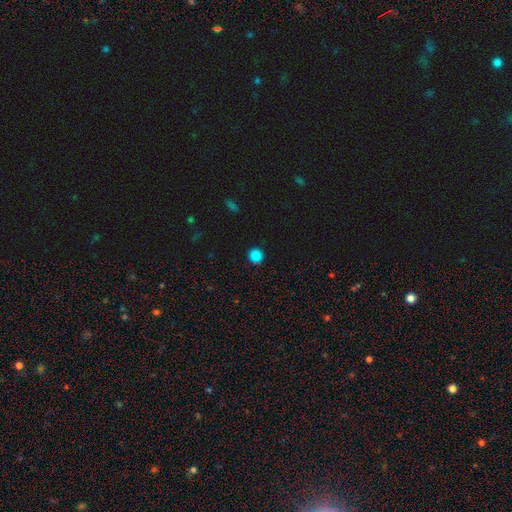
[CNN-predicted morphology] A smooth galaxy with no disk features (85%) that is round (94%). Merging: none (89%).